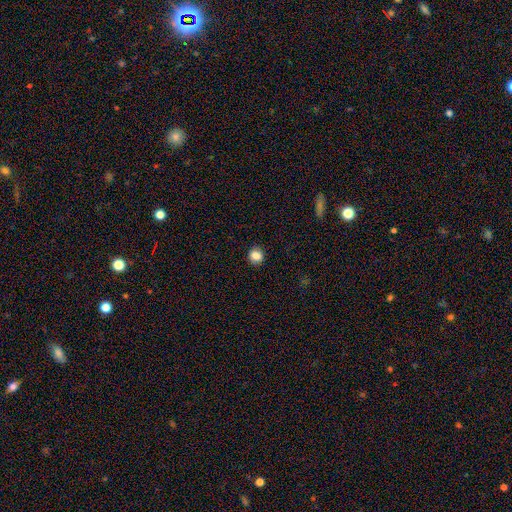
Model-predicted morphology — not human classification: smooth 84%, star or artifact 10%, featured or disk 6%. Down the decision tree: how rounded — round (80%); merging — none (89%).